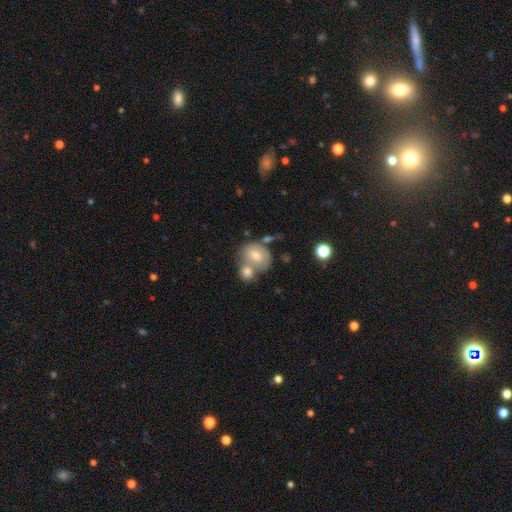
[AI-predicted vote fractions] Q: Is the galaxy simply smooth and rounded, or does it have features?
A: smooth — 65%.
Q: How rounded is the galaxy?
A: round — 62%.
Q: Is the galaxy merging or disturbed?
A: merger — 51%.